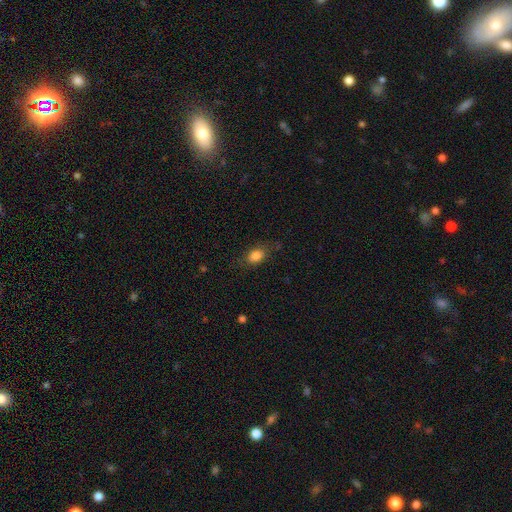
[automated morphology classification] This appears to be a smooth galaxy with no disk features (84%) that is in between round and cigar-shaped (78%). Merging: none (78%).